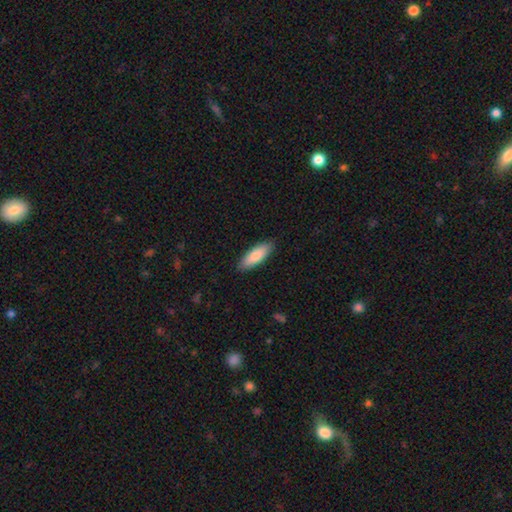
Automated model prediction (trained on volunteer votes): smooth_or_featured: smooth (p=0.84) [alt: featured or disk p=0.10]
how_rounded: in between (p=0.61) [alt: cigar-shaped p=0.37]
merging: none (p=0.87) [alt: minor disturbance p=0.10]